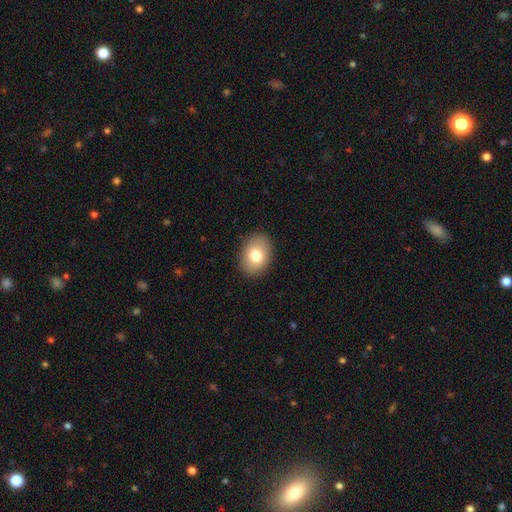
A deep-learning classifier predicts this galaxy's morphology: Overall: smooth (78%). How rounded: in between (70%). Merging: none (89%).